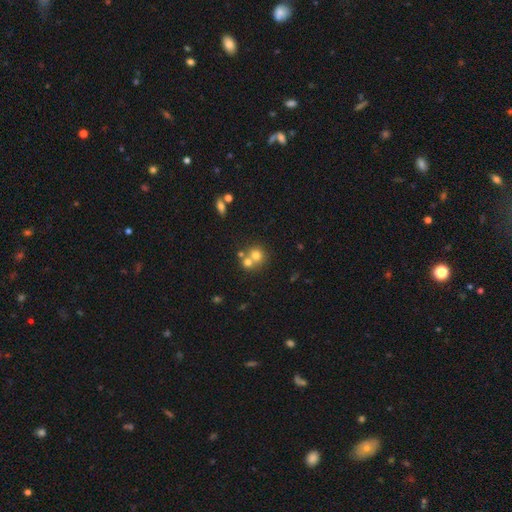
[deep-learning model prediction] A smooth galaxy with no disk features (68%) that is round (85%).

Vote fractions:
- Smooth or featured? smooth: 68% / featured or disk: 18% / star or artifact: 14%
- How rounded? round: 85% / in between: 14% / cigar-shaped: 1%
- Merging? merger: 50% / none: 40% / minor disturbance: 6% / major disturbance: 3%